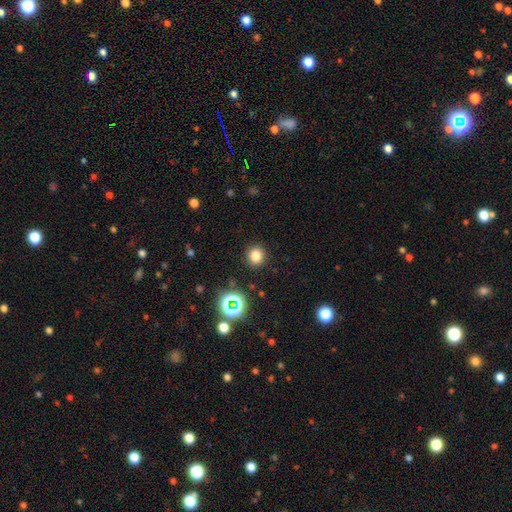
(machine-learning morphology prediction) This is likely a smooth galaxy (78%). How rounded: clearly round (82%). Merging: clearly none (90%).